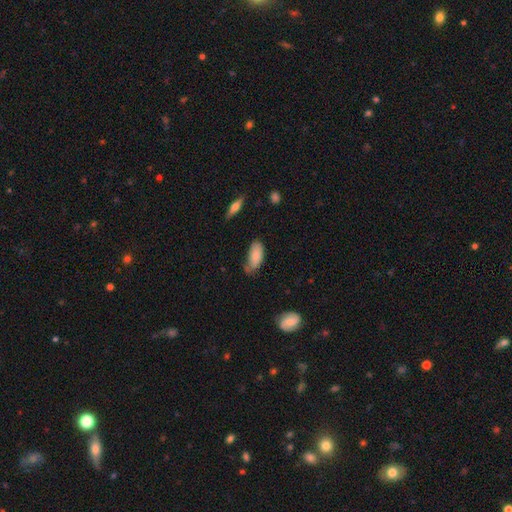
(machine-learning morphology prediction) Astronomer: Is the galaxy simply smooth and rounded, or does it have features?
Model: smooth — 79%.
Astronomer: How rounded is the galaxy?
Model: in between — 88%.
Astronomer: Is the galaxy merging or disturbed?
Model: none — 46% (runner-up: minor disturbance, 39%).